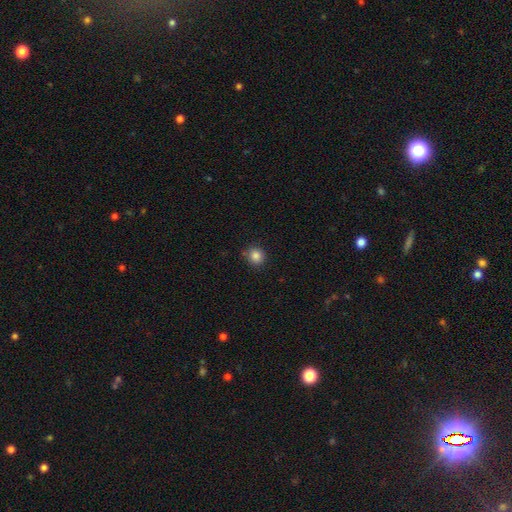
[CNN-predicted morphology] Overall: smooth (85%). How rounded: round (87%). Merging: none (84%).